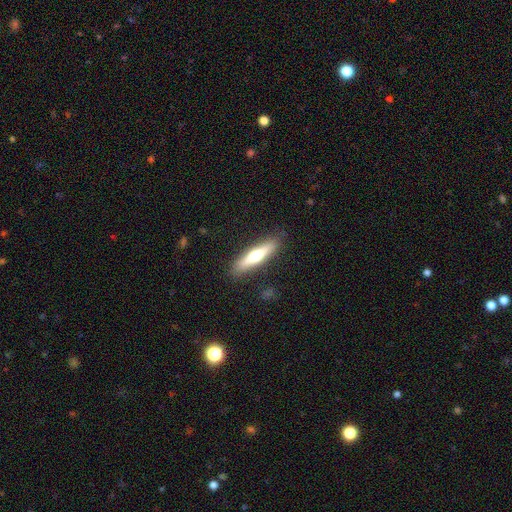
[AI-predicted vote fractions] This is possibly a smooth galaxy (52%). How rounded: clearly cigar-shaped (81%). Merging: clearly none (88%).